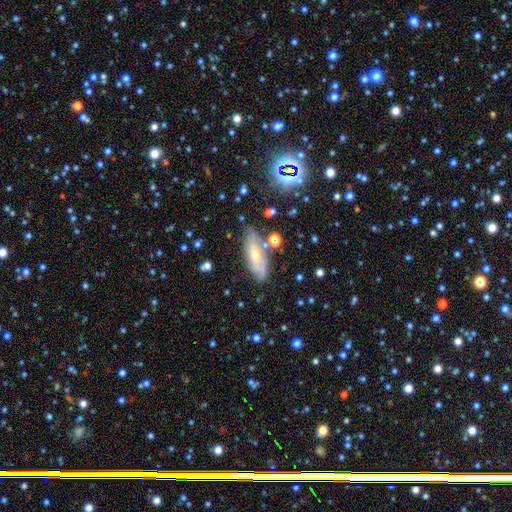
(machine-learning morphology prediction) This is possibly a featured or disk galaxy (49%). Merging: likely none (69%).